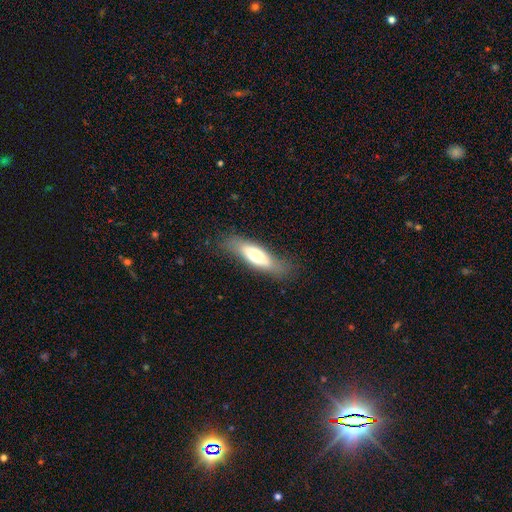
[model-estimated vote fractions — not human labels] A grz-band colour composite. It shows a smooth galaxy with no disk features (58%) that is in between round and cigar-shaped (51%). Merging: none (75%).